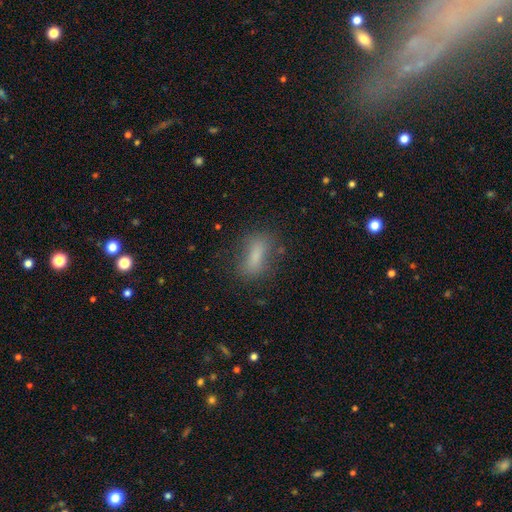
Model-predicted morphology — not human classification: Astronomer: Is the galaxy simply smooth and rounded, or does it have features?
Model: smooth — 76%.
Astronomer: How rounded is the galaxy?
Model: in between — 66%.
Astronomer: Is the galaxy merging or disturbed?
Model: none — 72%.